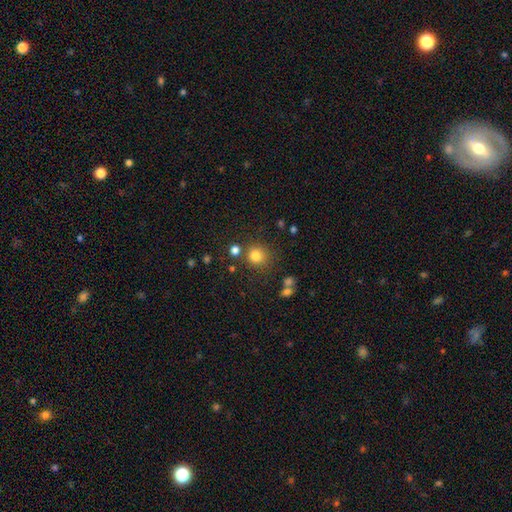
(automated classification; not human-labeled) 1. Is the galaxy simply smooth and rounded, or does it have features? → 80% smooth, 14% star or artifact, 6% featured or disk.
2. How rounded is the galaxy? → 90% round, 9% in between, 1% cigar-shaped.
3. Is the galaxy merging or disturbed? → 76% none, 10% minor disturbance, 9% merger, 4% major disturbance.